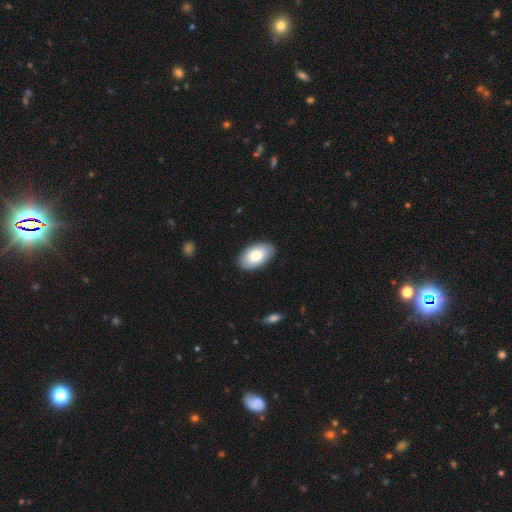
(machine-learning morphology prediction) smooth_or_featured: smooth (p=0.82) [alt: featured or disk p=0.13]
how_rounded: in between (p=0.95) [alt: round p=0.04]
merging: none (p=0.89) [alt: minor disturbance p=0.08]